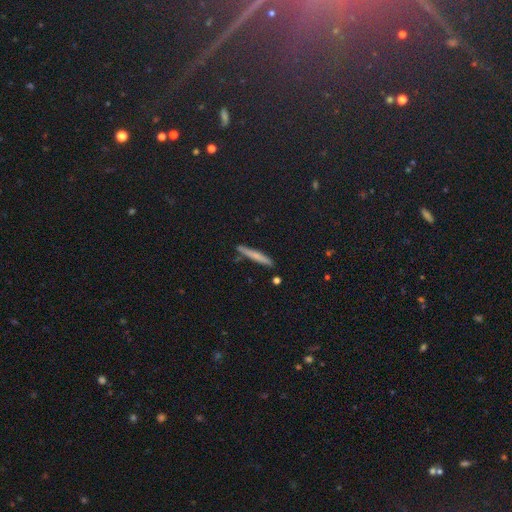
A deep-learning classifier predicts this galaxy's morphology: smooth-or-featured: smooth: 57% | featured or disk: 32% | star or artifact: 11%
  how-rounded: cigar-shaped: 93% | in between: 5% | round: 2%
  merging: none: 85% | minor disturbance: 10% | merger: 3% | major disturbance: 2%